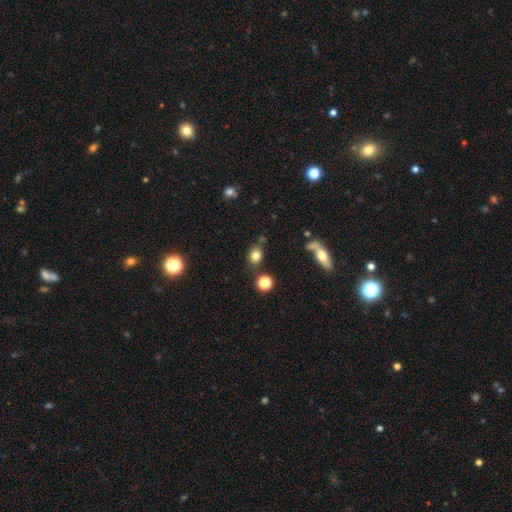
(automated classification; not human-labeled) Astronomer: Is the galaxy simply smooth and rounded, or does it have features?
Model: smooth — 80%.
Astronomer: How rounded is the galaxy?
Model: round — 61% (runner-up: in between, 37%).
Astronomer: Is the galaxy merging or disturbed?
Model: none — 73%.